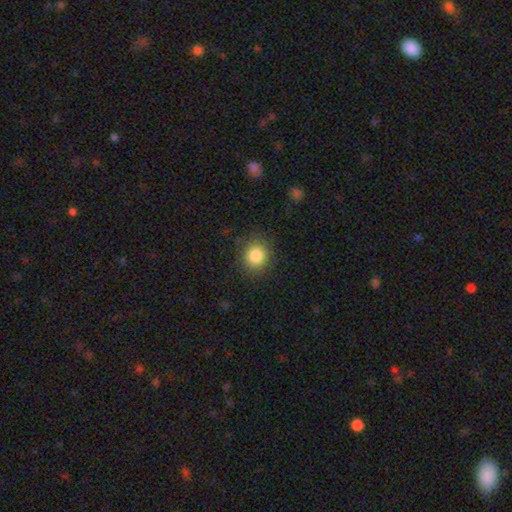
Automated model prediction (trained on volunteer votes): A smooth galaxy with no disk features (85%) that is round (80%).

Vote fractions:
- Smooth or featured? smooth: 85% / star or artifact: 10% / featured or disk: 6%
- How rounded? round: 80% / in between: 19% / cigar-shaped: 1%
- Merging? none: 85% / minor disturbance: 10% / major disturbance: 4% / merger: 1%